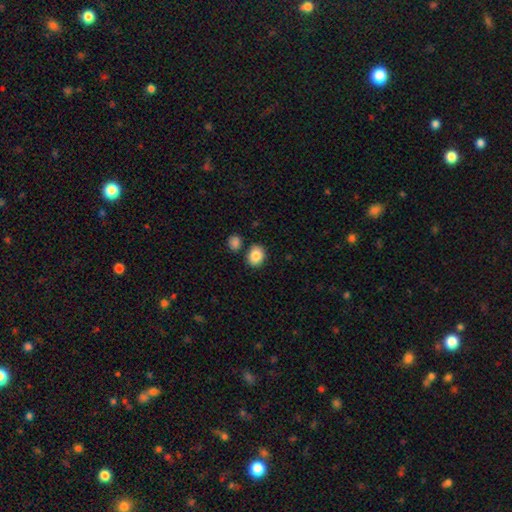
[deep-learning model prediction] This appears to be a smooth galaxy with no disk features (87%) that is round (53%). Merging: none (78%).